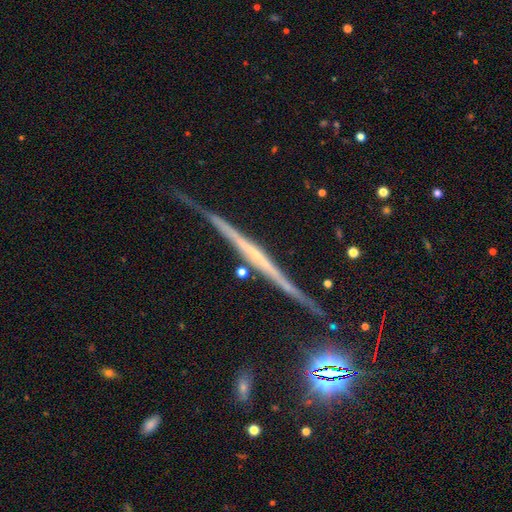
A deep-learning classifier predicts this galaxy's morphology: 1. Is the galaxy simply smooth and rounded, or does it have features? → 77% featured or disk, 14% smooth, 9% star or artifact.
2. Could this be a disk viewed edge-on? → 97% yes, 3% no.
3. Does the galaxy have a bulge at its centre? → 73% none, 16% rounded, 11% boxy.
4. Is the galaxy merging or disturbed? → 82% none, 13% minor disturbance, 3% major disturbance, 2% merger.